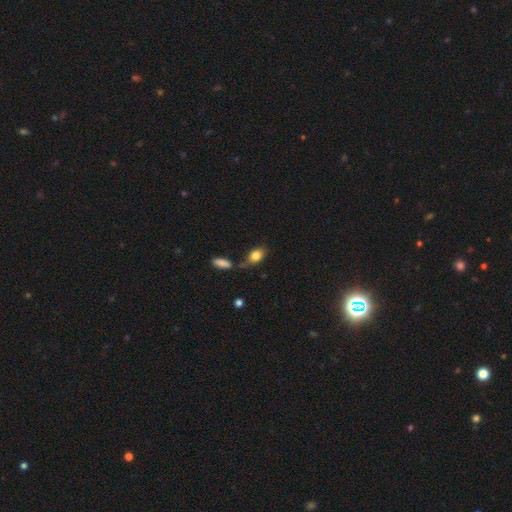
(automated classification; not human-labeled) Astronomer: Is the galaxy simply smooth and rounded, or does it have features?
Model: smooth — 82%.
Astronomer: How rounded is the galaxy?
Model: in between — 82%.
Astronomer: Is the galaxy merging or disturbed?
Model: none — 55%.